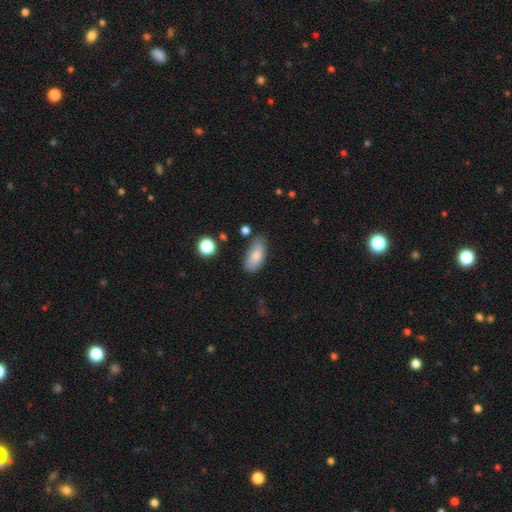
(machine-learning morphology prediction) This is clearly a smooth galaxy (81%). How rounded: clearly in between (89%). Merging: likely none (67%).